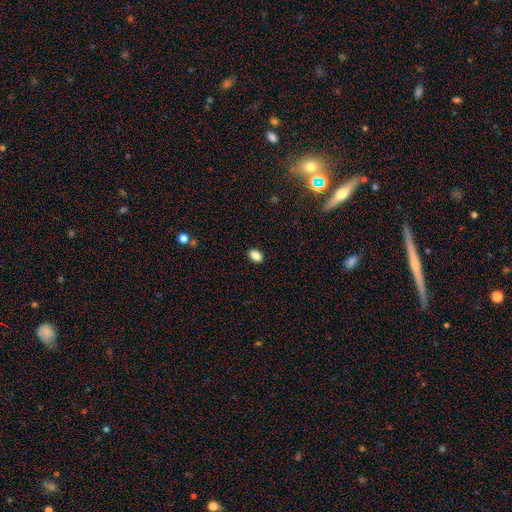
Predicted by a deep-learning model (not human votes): Smooth or featured?
  - smooth: 87% *
  - star or artifact: 9%
  - featured or disk: 4%
How rounded?
  - in between: 82% *
  - round: 16%
  - cigar-shaped: 1%
Merging?
  - none: 90% *
  - minor disturbance: 7%
  - major disturbance: 2%
  - merger: 1%